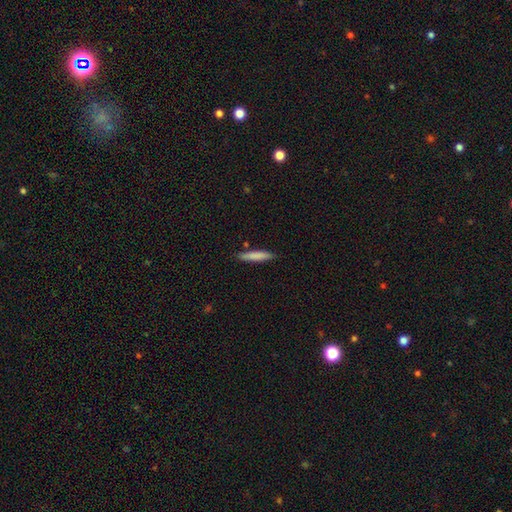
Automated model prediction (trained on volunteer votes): smooth-or-featured: smooth: 79% | featured or disk: 15% | star or artifact: 6%
  how-rounded: cigar-shaped: 90% | in between: 9% | round: 1%
  merging: none: 85% | minor disturbance: 11% | merger: 3% | major disturbance: 2%